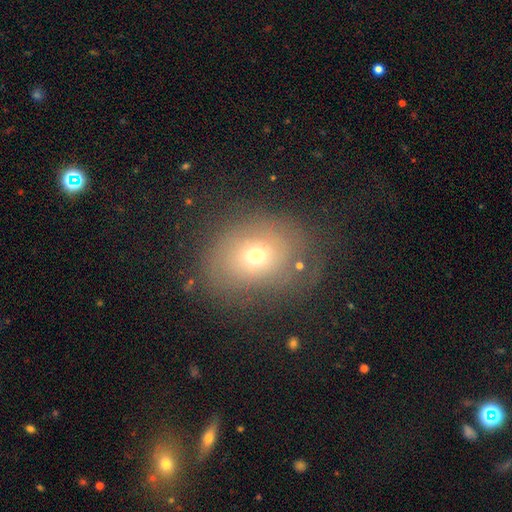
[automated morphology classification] This is possibly a smooth galaxy (60%). How rounded: possibly in between (51%). Merging: likely none (63%).